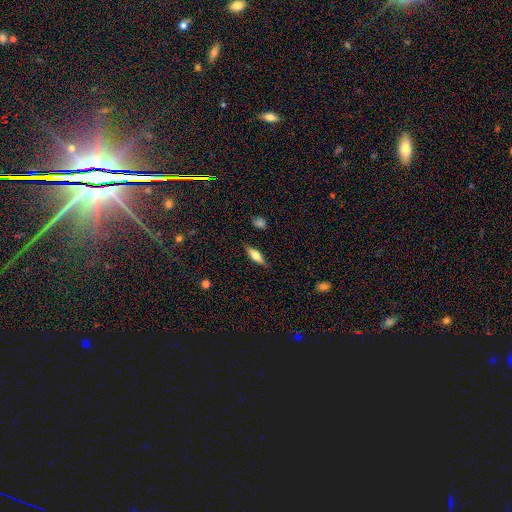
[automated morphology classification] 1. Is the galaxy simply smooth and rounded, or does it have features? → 51% smooth, 41% featured or disk, 7% star or artifact.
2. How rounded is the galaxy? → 50% cigar-shaped, 47% in between, 3% round.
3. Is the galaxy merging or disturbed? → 86% none, 10% minor disturbance, 2% major disturbance, 1% merger.